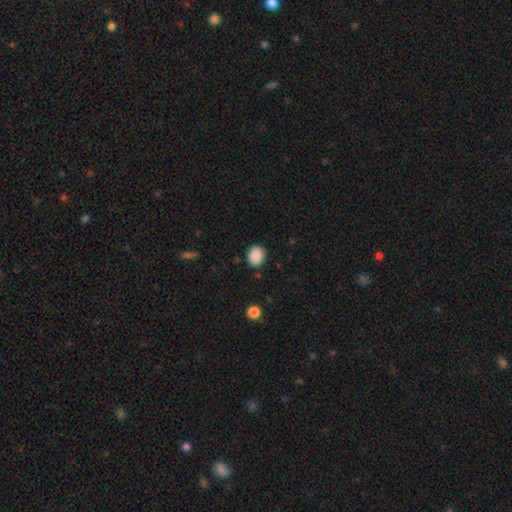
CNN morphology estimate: Overall: smooth (88%). How rounded: round (62%; in between 37%). Merging: none (84%).